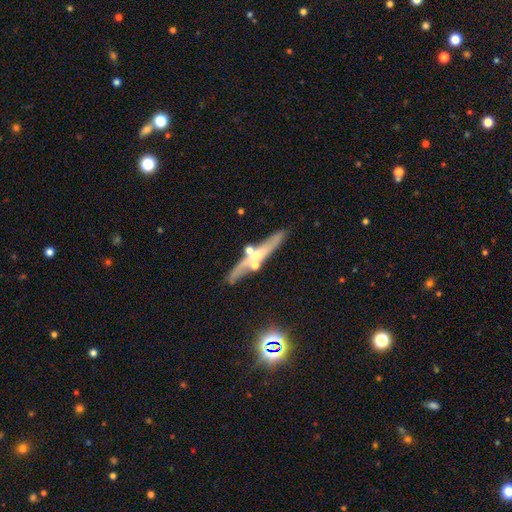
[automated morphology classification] type=featured or disk (56%); edge-on=yes (80%); merging=none (71%).